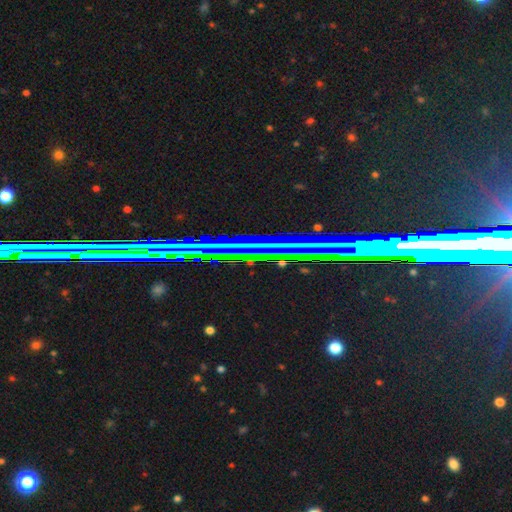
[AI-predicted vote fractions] star or artifact 78%, featured or disk 13%, smooth 9%.